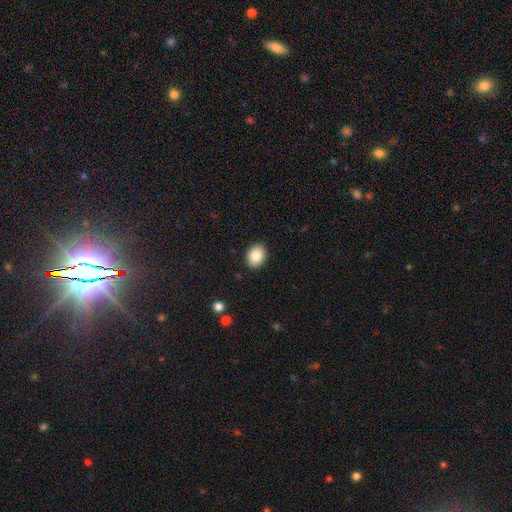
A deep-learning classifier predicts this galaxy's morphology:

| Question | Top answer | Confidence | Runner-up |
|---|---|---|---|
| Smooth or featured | smooth | 85% | star or artifact (8%) |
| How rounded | in between | 56% | round (43%) |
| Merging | none | 90% | minor disturbance (7%) |